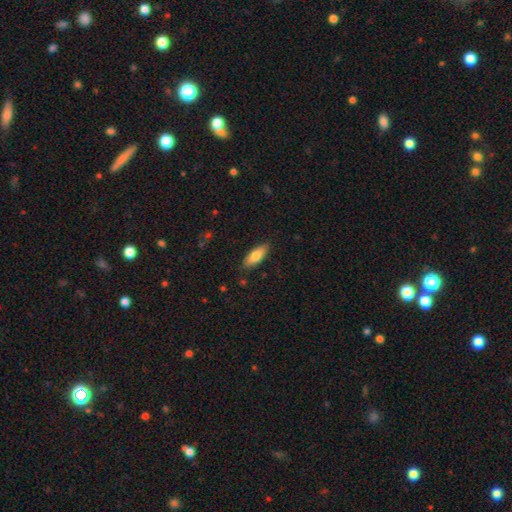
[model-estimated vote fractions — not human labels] The model was most divided on "how rounded": in between: 71%, cigar-shaped: 27%, round: 2%. More confident: merging — none (85%); smooth or featured — smooth (79%).